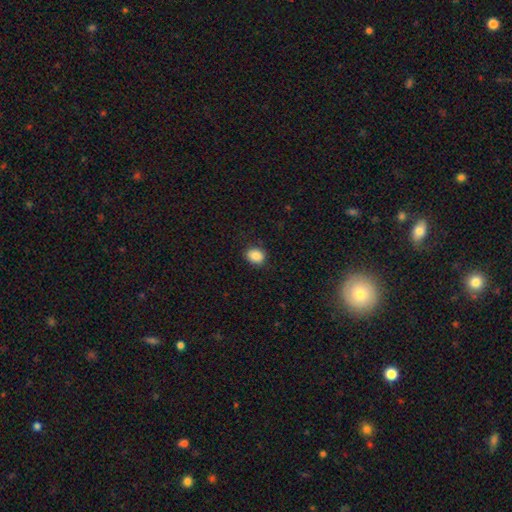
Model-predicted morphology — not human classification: Smooth or featured? smooth (87%)
How rounded? in between (51%)
Merging? none (85%)